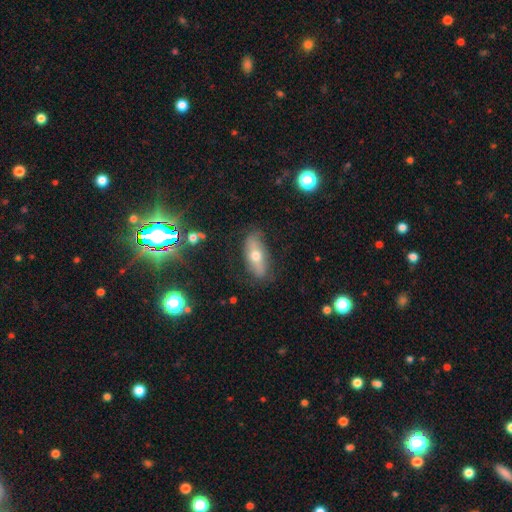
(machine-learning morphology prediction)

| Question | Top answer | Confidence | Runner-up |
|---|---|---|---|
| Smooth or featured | smooth | 48% | featured or disk (40%) |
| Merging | none | 79% | minor disturbance (15%) |